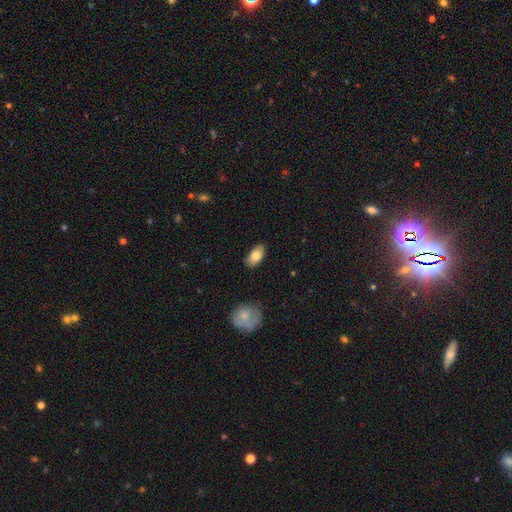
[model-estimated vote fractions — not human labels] A smooth galaxy with no disk features (82%) that is in between round and cigar-shaped (92%).

Vote fractions:
- Smooth or featured? smooth: 82% / featured or disk: 11% / star or artifact: 7%
- How rounded? in between: 92% / round: 4% / cigar-shaped: 4%
- Merging? none: 85% / minor disturbance: 11% / major disturbance: 2% / merger: 1%